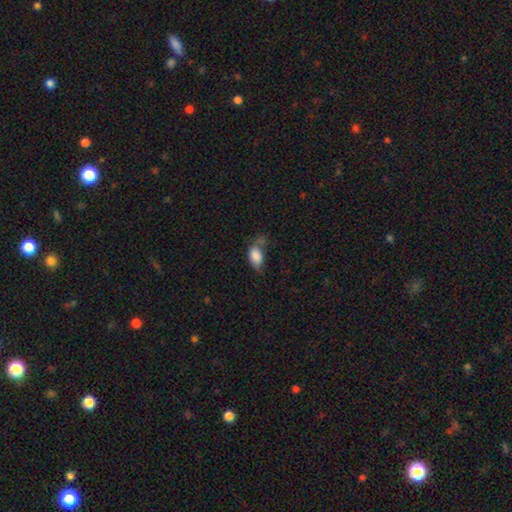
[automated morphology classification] smooth-or-featured: smooth: 82% | featured or disk: 9% | star or artifact: 8%
  how-rounded: in between: 90% | round: 7% | cigar-shaped: 3%
  merging: none: 33% | minor disturbance: 30% | major disturbance: 19% | merger: 18%